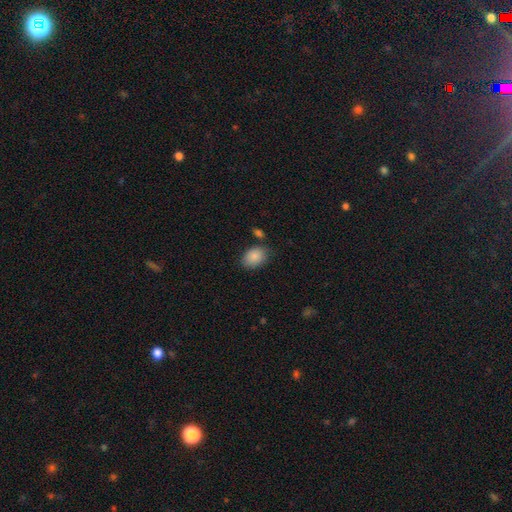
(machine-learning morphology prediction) This appears to be a smooth galaxy with no disk features (88%) that is in between round and cigar-shaped (79%). Merging: none (73%).